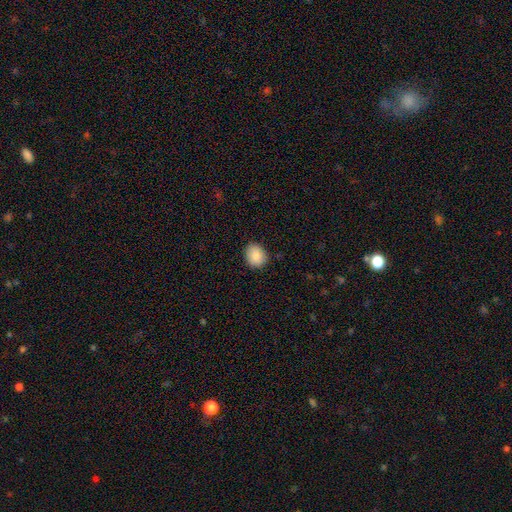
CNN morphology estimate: A smooth galaxy with no disk features (89%) that is round (62%).

Vote fractions:
- Smooth or featured? smooth: 89% / star or artifact: 7% / featured or disk: 4%
- How rounded? round: 62% / in between: 37% / cigar-shaped: 1%
- Merging? none: 84% / minor disturbance: 13% / major disturbance: 2% / merger: 1%